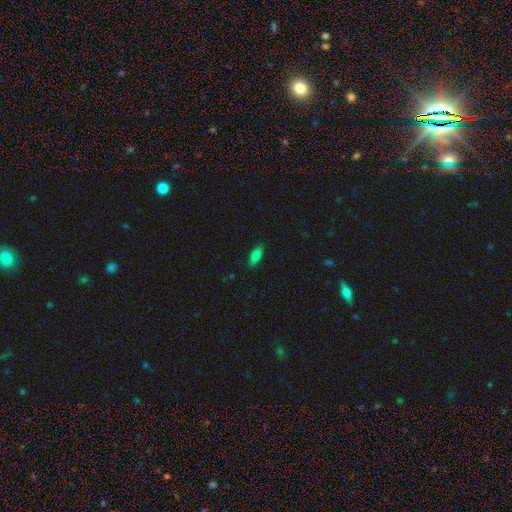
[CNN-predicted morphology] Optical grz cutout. It shows a smooth galaxy with no disk features (77%) that is in between round and cigar-shaped (76%). Merging: none (85%).